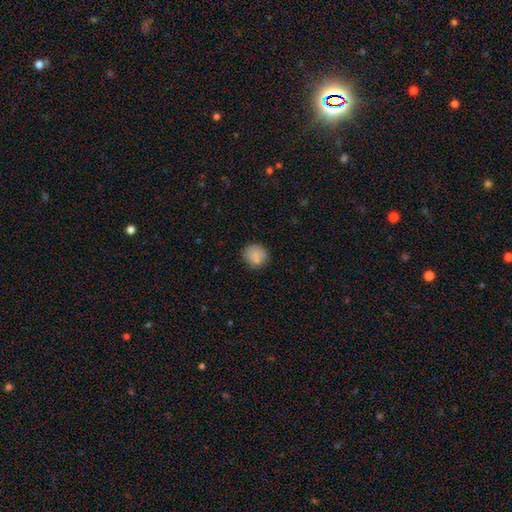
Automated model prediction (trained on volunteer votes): Smooth or featured? Predicted: smooth (p=0.80). How rounded? Predicted: round (p=0.84). Merging? Predicted: none (p=0.74).